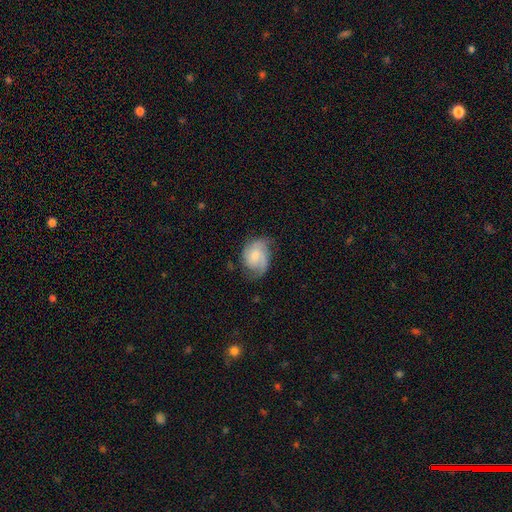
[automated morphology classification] The model was most divided on "bulge size": moderate: 44%, small: 43%, none: 8%, large: 4%, dominant: 1%. More confident: edge-on disk — no (97%); spiral arms — yes (88%); bar — no (61%); smooth or featured — featured or disk (56%); merging — none (52%).